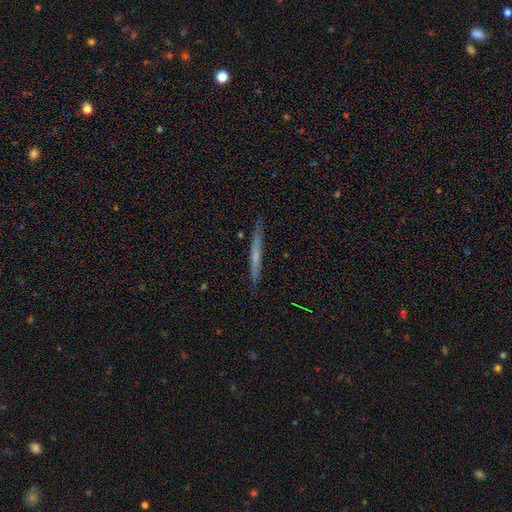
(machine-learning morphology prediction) Smooth or featured? Predicted: featured or disk (p=0.50). Merging? Predicted: none (p=0.88).